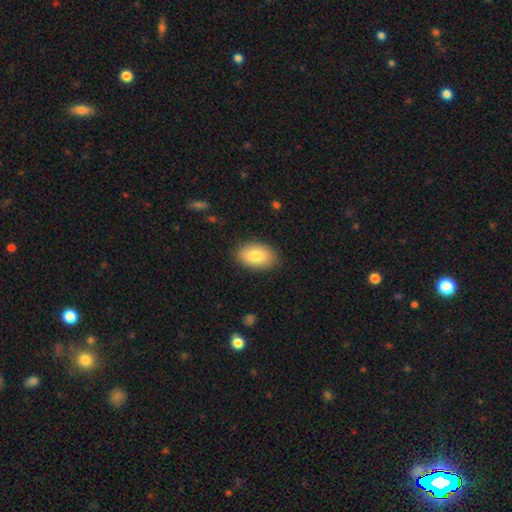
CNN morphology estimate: Overall: smooth (82%). How rounded: in between (91%). Merging: none (87%).